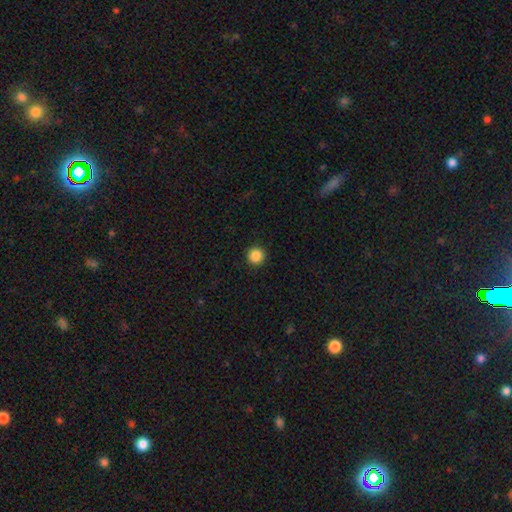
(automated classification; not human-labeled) Smooth or featured: smooth — 87% (star or artifact — 10%)
How rounded: round — 96% (in between — 3%)
Merging: none — 92% (minor disturbance — 5%)